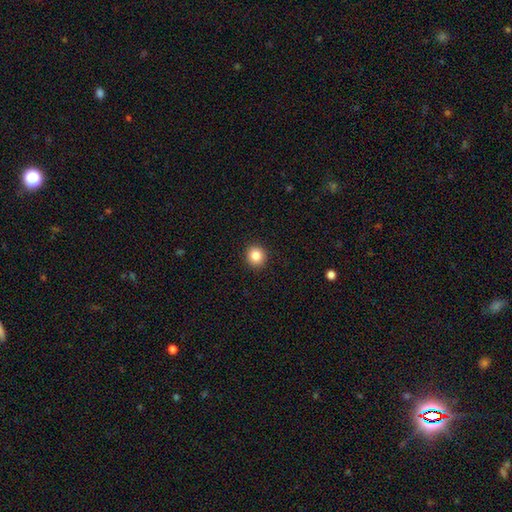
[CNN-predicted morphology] Smooth or featured? Predicted: smooth (p=0.85). How rounded? Predicted: round (p=0.89). Merging? Predicted: none (p=0.93).